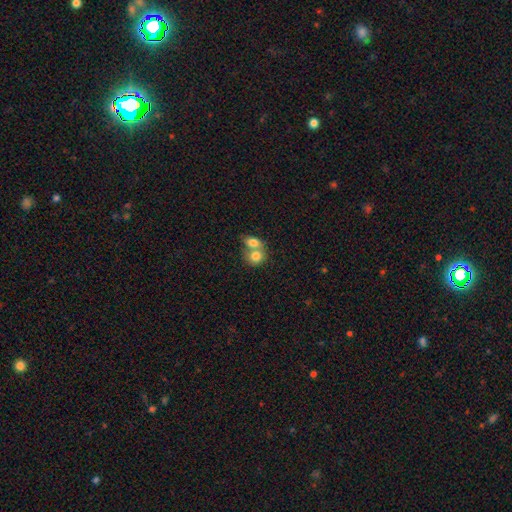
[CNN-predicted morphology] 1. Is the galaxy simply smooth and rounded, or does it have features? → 78% smooth, 14% featured or disk, 8% star or artifact.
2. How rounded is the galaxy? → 61% round, 38% in between, 1% cigar-shaped.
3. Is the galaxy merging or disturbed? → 69% merger, 22% none, 6% minor disturbance, 3% major disturbance.